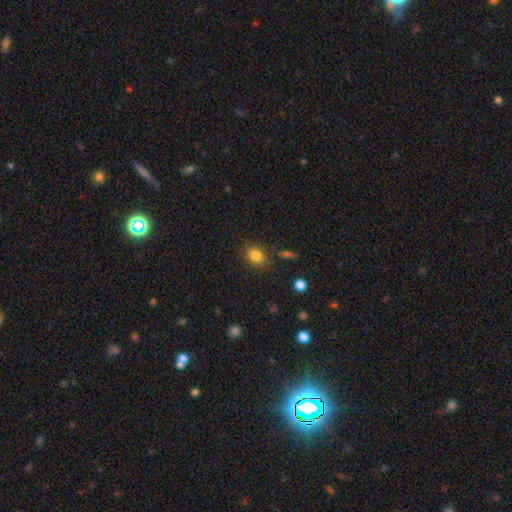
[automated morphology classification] The model was most divided on "how rounded": round: 64%, in between: 35%, cigar-shaped: 1%. More confident: smooth or featured — smooth (83%); merging — none (81%).